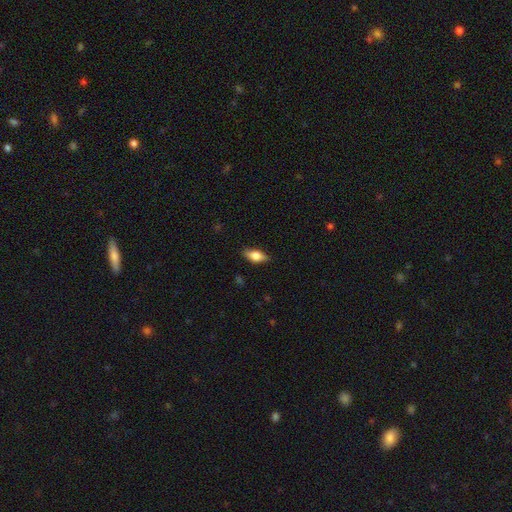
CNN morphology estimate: smooth-or-featured: smooth: 67% | featured or disk: 25% | star or artifact: 7%
  how-rounded: in between: 82% | cigar-shaped: 14% | round: 4%
  merging: none: 84% | minor disturbance: 13% | major disturbance: 3% | merger: 1%